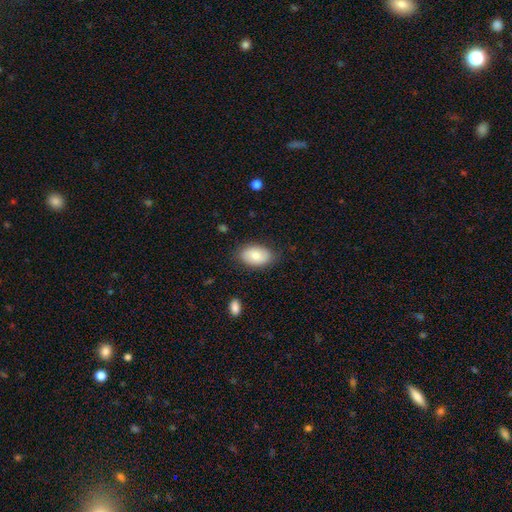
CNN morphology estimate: A smooth galaxy with no disk features (79%) that is in between round and cigar-shaped (91%). Merging: none (81%).